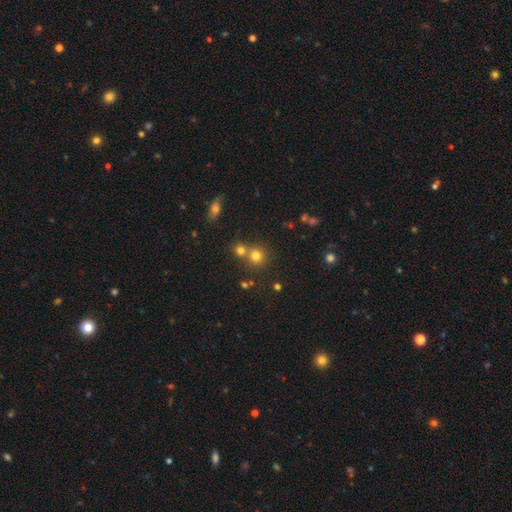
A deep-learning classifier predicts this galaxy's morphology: Overall: smooth (74%). How rounded: round (89%). Merging: none (58%; merger 33%).